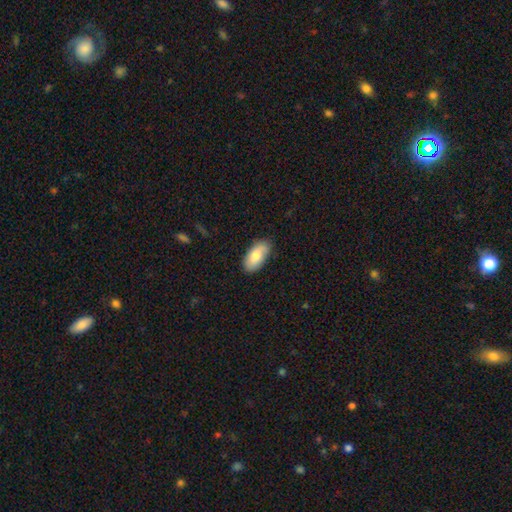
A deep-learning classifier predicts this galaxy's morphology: Smooth or featured?
  - smooth: 81% *
  - featured or disk: 13%
  - star or artifact: 6%
How rounded?
  - in between: 93% *
  - cigar-shaped: 5%
  - round: 2%
Merging?
  - none: 81% *
  - minor disturbance: 16%
  - major disturbance: 3%
  - merger: 1%